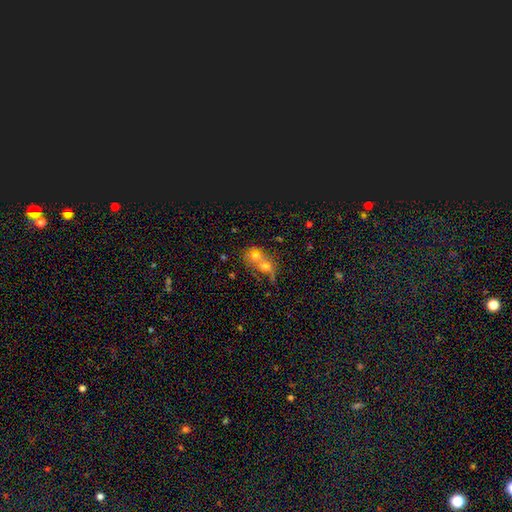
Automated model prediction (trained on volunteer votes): Morphology: type=smooth (59%); roundness=round (55%); merging=merger (71%).